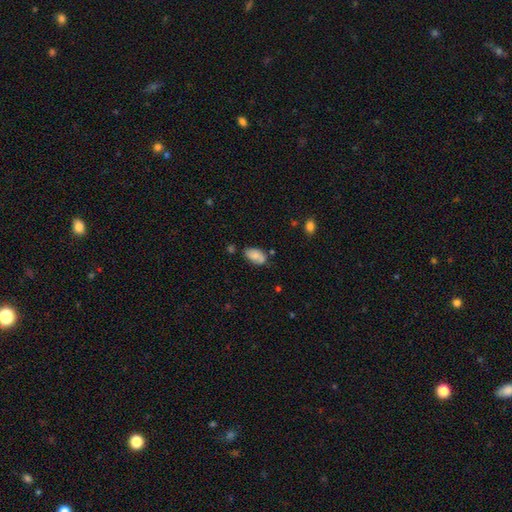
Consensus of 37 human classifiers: Smooth or featured? 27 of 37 (73%) said smooth. How rounded? 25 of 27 (93%) said in between. Merging? 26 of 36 (72%) said none.